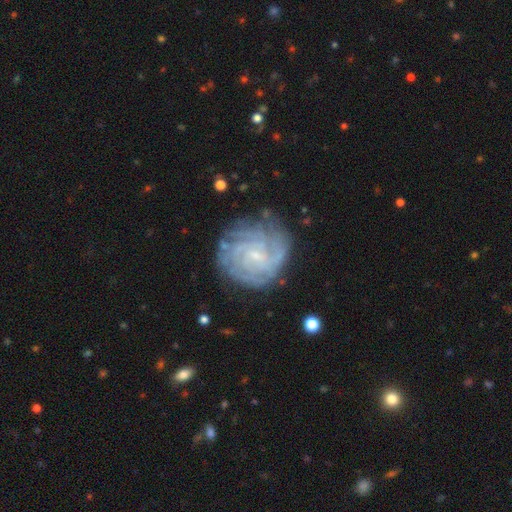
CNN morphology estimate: featured or disk 82%, smooth 11%, star or artifact 7%. Down the decision tree: edge-on disk — no (98%); bar — no (52%); spiral arms — yes (95%); spiral arm count — can't tell (38%); spiral winding — tight (75%); bulge size — small (75%); merging — none (73%).